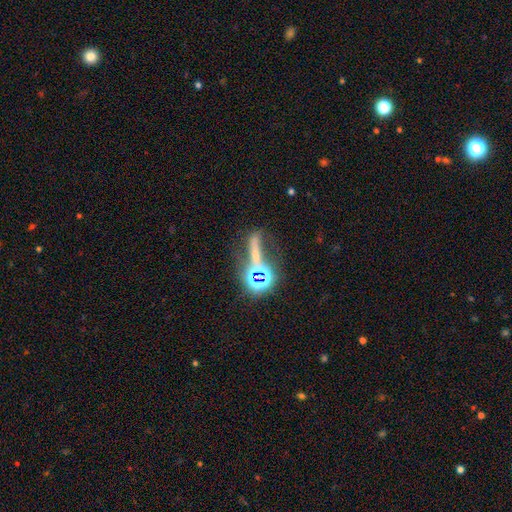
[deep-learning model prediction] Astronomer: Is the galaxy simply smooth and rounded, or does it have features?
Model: star or artifact — 48% (runner-up: smooth, 29%).